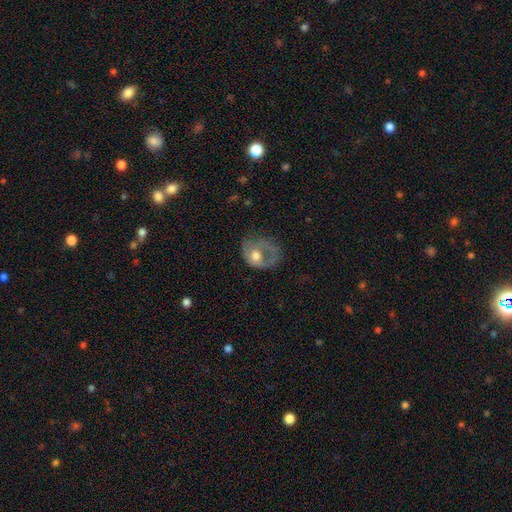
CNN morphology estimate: This is possibly a featured or disk galaxy (52%). It is clearly not viewed edge-on (95%). Merging: marginally none (38%).